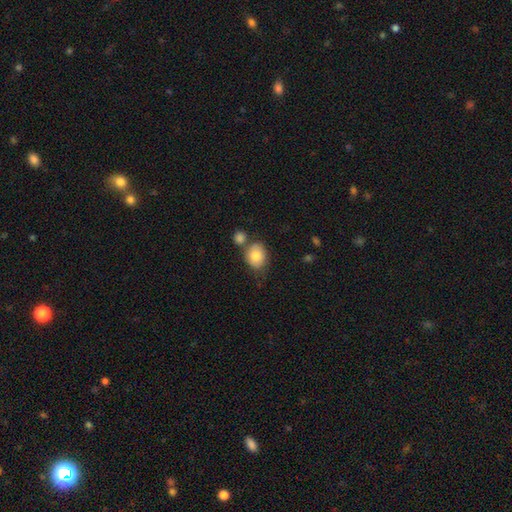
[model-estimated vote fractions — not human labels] Q: Smooth or featured?
A: smooth (83%); runner-up: featured or disk (10%)
Q: How rounded?
A: in between (51%); runner-up: round (48%)
Q: Merging?
A: none (56%); runner-up: merger (23%)